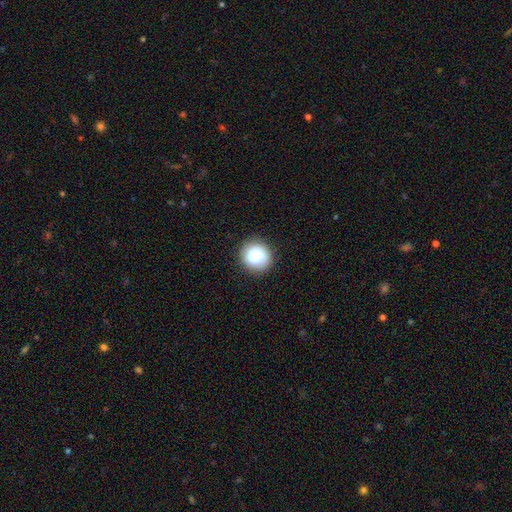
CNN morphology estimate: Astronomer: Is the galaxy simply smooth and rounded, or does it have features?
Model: smooth — 74%.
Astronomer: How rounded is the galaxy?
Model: round — 89%.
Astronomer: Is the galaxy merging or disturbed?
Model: none — 87%.